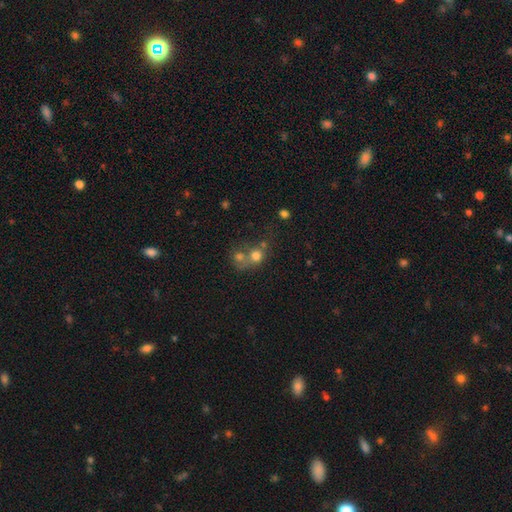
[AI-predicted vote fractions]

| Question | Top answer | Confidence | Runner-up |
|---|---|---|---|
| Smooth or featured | smooth | 69% | featured or disk (16%) |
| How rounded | round | 77% | in between (22%) |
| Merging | merger | 53% | none (31%) |